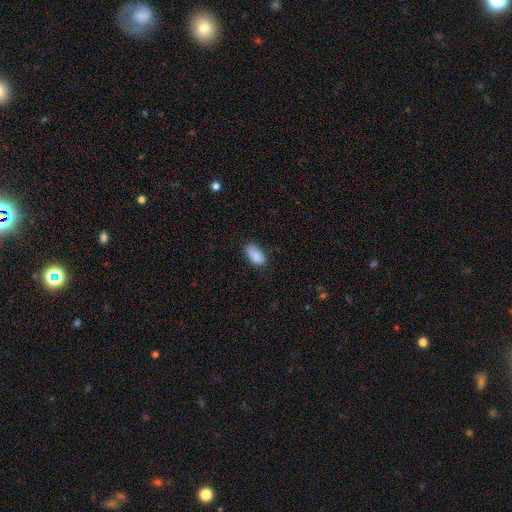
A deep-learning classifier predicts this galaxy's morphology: Smooth or featured? smooth (89%)
How rounded? in between (93%)
Merging? none (78%)